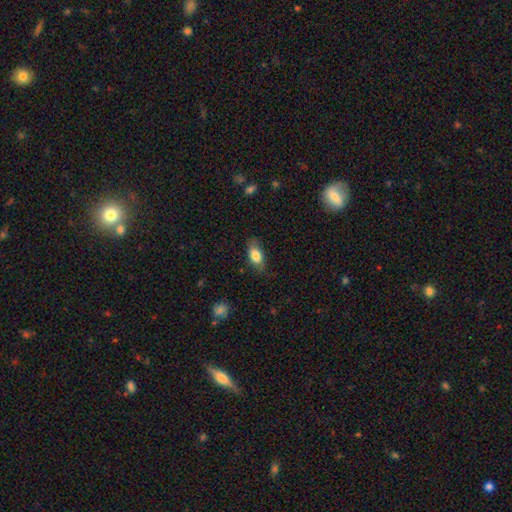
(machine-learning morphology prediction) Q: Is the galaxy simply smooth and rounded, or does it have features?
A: smooth — 80%.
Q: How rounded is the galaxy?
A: in between — 87%.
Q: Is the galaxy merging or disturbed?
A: none — 76%.